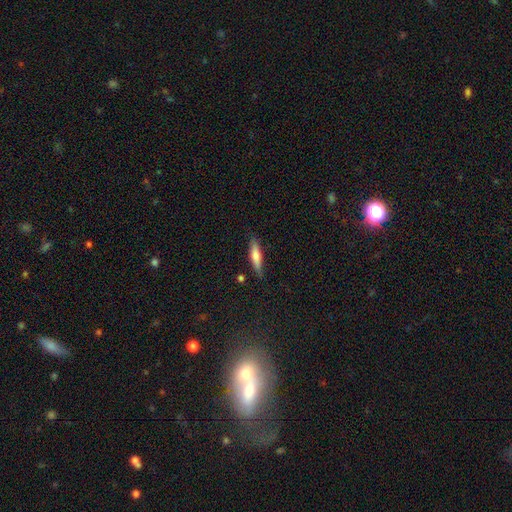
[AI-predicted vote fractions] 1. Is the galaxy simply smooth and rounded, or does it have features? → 61% smooth, 32% featured or disk, 7% star or artifact.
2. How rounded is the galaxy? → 78% cigar-shaped, 21% in between, 2% round.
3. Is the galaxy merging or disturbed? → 83% none, 12% minor disturbance, 2% major disturbance, 2% merger.